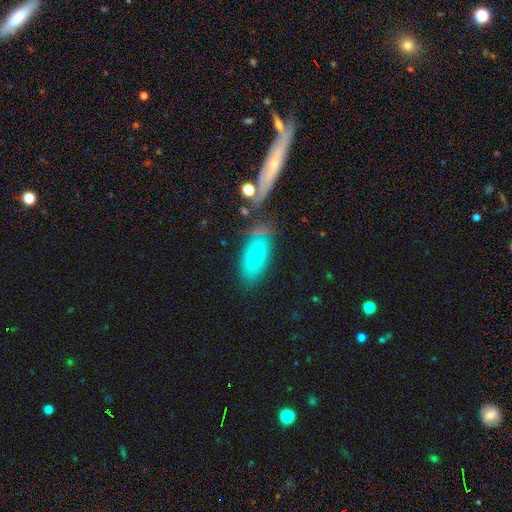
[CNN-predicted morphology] Smooth or featured?
  - smooth: 66% *
  - featured or disk: 24%
  - star or artifact: 10%
How rounded?
  - in between: 86% *
  - cigar-shaped: 8%
  - round: 6%
Merging?
  - none: 67% *
  - minor disturbance: 17%
  - merger: 10%
  - major disturbance: 7%